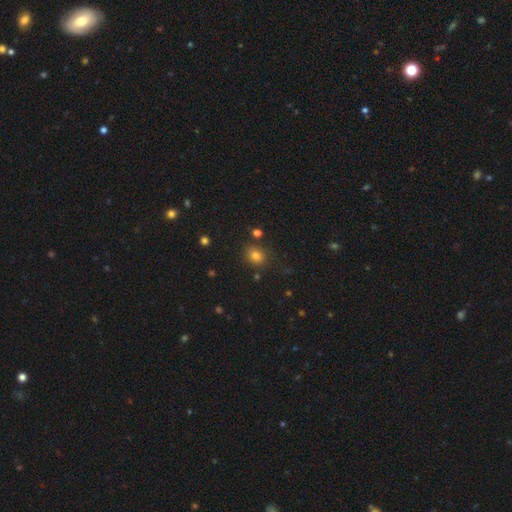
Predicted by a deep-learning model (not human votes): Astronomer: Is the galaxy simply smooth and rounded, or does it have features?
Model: smooth — 79%.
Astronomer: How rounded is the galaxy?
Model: round — 70%.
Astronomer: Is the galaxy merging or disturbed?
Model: none — 82%.